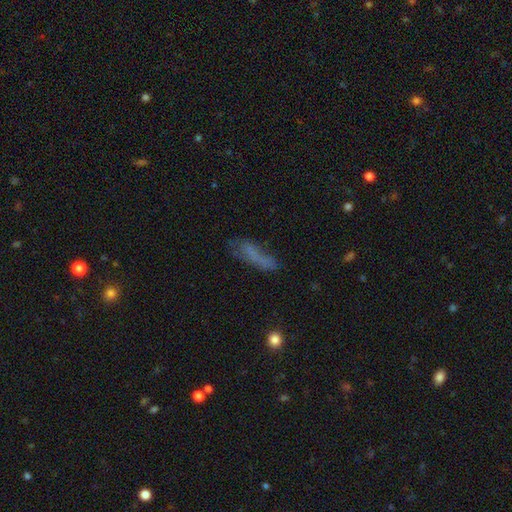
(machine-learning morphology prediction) smooth-or-featured: smooth: 59% | featured or disk: 27% | star or artifact: 14%
  how-rounded: cigar-shaped: 66% | in between: 31% | round: 3%
  merging: none: 49% | minor disturbance: 27% | major disturbance: 19% | merger: 5%